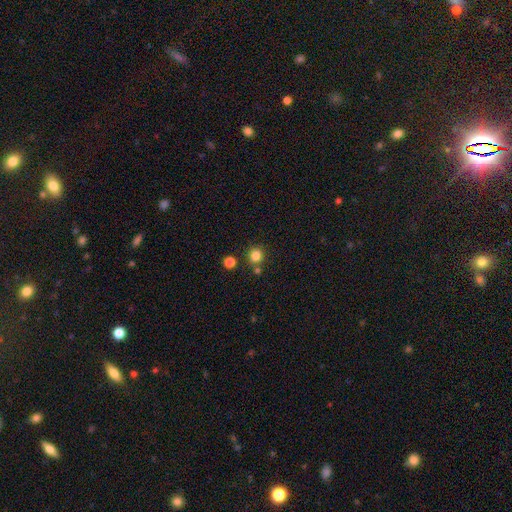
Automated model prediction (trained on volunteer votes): This is clearly a smooth galaxy (82%). How rounded: clearly round (89%). Merging: likely none (79%).